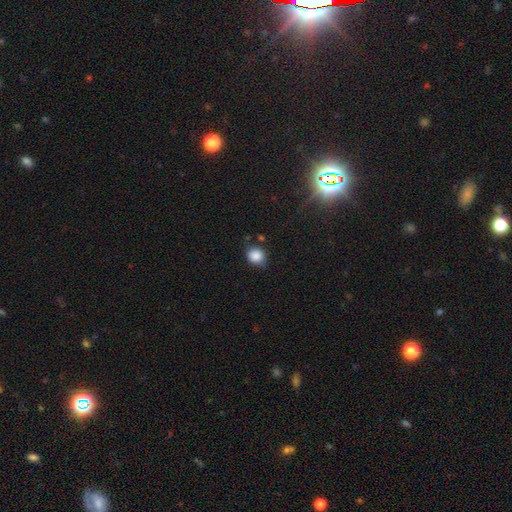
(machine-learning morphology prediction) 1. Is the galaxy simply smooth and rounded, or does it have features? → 86% smooth, 10% star or artifact, 4% featured or disk.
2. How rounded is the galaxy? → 74% round, 25% in between, 1% cigar-shaped.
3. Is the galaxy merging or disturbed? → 70% none, 22% minor disturbance, 5% major disturbance, 3% merger.